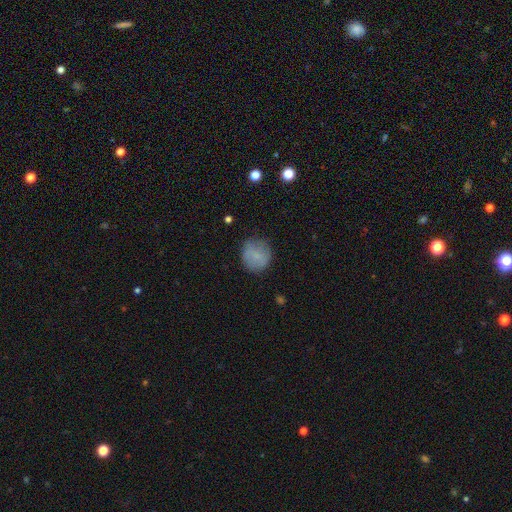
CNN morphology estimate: type=smooth (79%); roundness=round (85%); merging=none (75%).